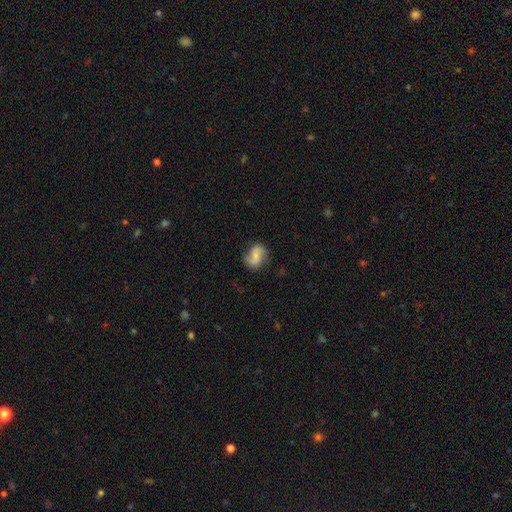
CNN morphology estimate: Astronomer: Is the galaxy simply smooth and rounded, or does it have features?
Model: featured or disk — 59%.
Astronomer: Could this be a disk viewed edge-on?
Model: no — 97%.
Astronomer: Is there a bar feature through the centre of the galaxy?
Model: weak — 41%, tied with no at 41%.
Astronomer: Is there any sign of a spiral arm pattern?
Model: yes — 90%.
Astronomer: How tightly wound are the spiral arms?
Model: loose — 52% (runner-up: medium, 35%).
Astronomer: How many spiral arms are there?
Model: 2 — 88%.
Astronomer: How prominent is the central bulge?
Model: small — 44% (runner-up: moderate, 26%).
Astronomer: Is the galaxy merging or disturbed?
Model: none — 71%.